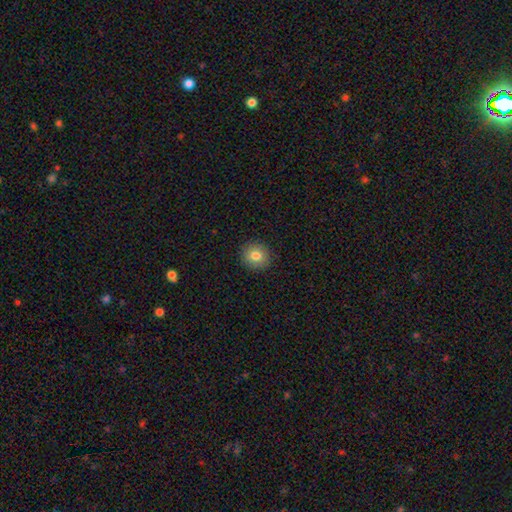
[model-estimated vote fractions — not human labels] The model was most divided on "smooth or featured": smooth: 80%, star or artifact: 10%, featured or disk: 9%. More confident: merging — none (92%); how rounded — round (89%).